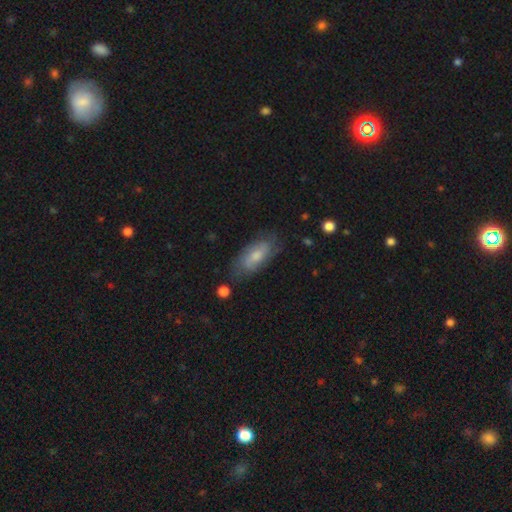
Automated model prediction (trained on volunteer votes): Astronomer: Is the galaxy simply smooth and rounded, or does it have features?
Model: smooth — 57% (runner-up: featured or disk, 37%).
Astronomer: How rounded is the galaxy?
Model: in between — 84%.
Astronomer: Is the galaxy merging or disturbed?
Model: none — 69%.